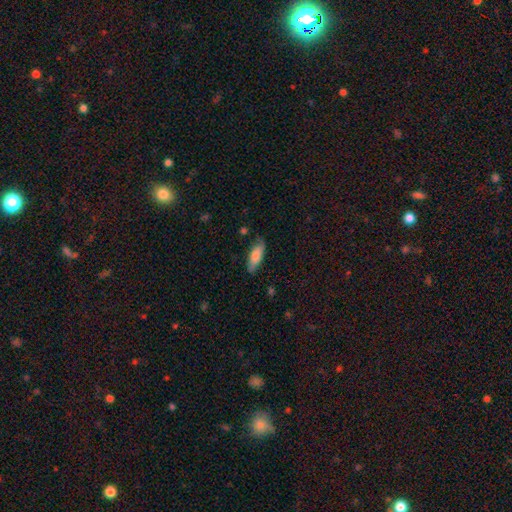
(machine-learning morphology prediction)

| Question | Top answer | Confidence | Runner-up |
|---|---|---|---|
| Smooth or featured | smooth | 79% | featured or disk (15%) |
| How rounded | in between | 65% | cigar-shaped (33%) |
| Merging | none | 76% | minor disturbance (19%) |